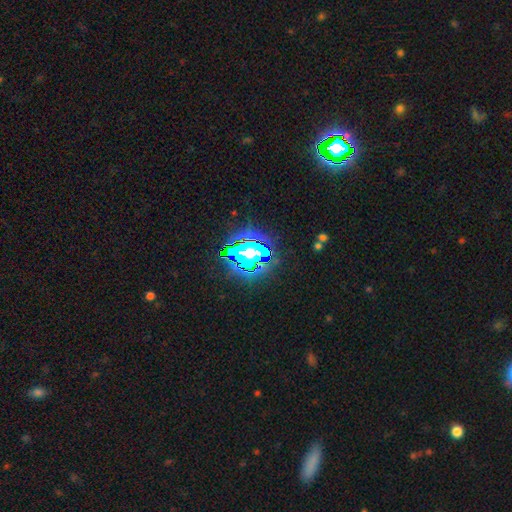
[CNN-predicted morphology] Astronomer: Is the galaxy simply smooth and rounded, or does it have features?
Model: star or artifact — 77%.